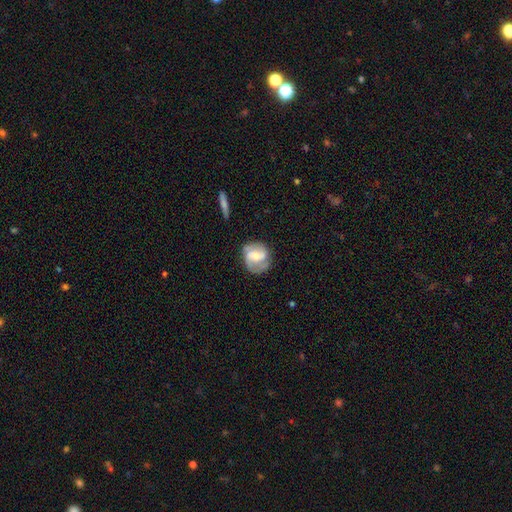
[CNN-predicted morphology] featured or disk 68%, smooth 25%, star or artifact 6%. Down the decision tree: edge-on disk — no (97%); bar — weak (47%); spiral arms — yes (89%); spiral arm count — 2 (74%); spiral winding — medium (46%); bulge size — moderate (54%); merging — none (68%).